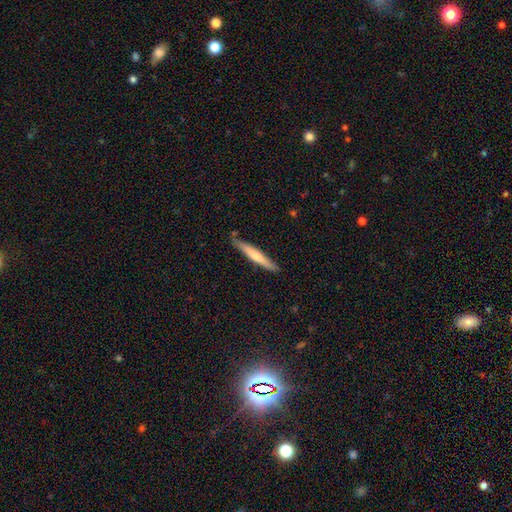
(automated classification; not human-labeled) This is possibly a smooth galaxy (55%). How rounded: clearly cigar-shaped (94%). Merging: clearly none (84%).